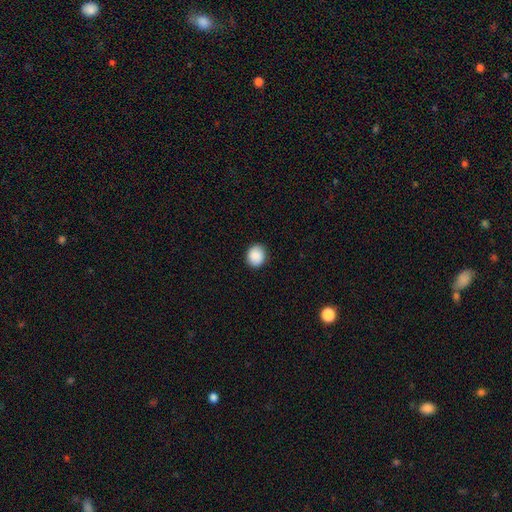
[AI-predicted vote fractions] Smooth or featured? smooth (90%)
How rounded? round (75%)
Merging? none (90%)